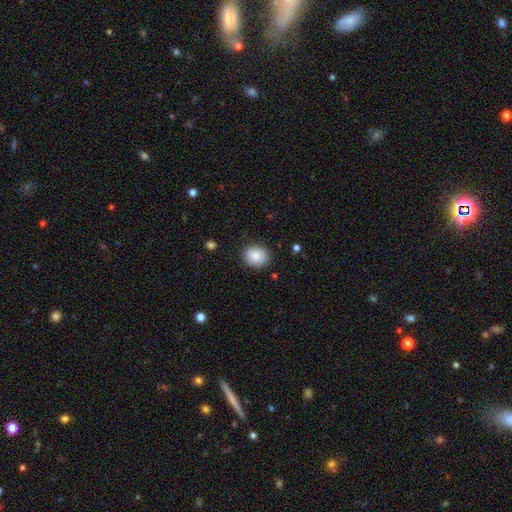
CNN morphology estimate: Smooth or featured: smooth — 88% (star or artifact — 7%)
How rounded: round — 59% (in between — 40%)
Merging: none — 85% (minor disturbance — 11%)